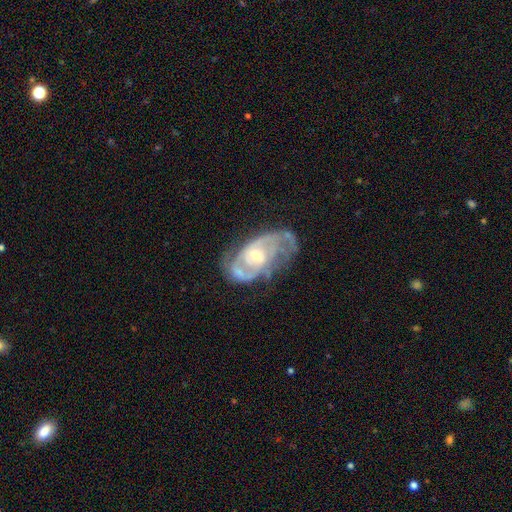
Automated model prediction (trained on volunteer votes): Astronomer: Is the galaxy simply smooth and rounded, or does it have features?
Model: featured or disk — 86%.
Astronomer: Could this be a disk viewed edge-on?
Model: no — 97%.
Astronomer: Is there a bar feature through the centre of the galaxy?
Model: no — 50% (runner-up: weak, 41%).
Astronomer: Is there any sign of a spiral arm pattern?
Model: yes — 92%.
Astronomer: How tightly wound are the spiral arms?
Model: medium — 44% (runner-up: tight, 43%).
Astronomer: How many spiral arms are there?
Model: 2 — 61%.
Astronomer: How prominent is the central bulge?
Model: moderate — 50% (runner-up: small, 44%).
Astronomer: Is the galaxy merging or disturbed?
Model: none — 51% (runner-up: minor disturbance, 26%).